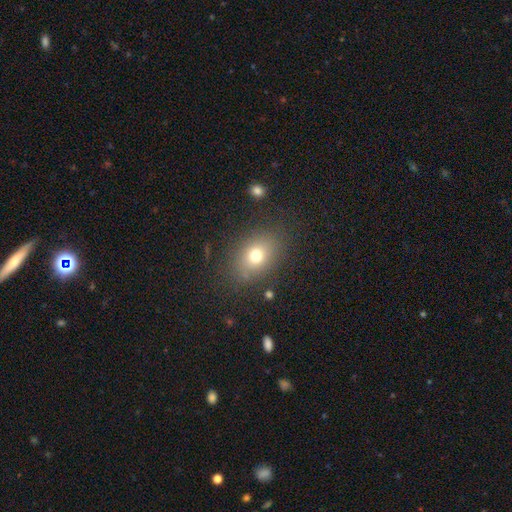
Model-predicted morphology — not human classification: smooth-or-featured: smooth: 72% | star or artifact: 14% | featured or disk: 13%
  how-rounded: in between: 62% | round: 37% | cigar-shaped: 1%
  merging: none: 82% | minor disturbance: 11% | major disturbance: 5% | merger: 2%